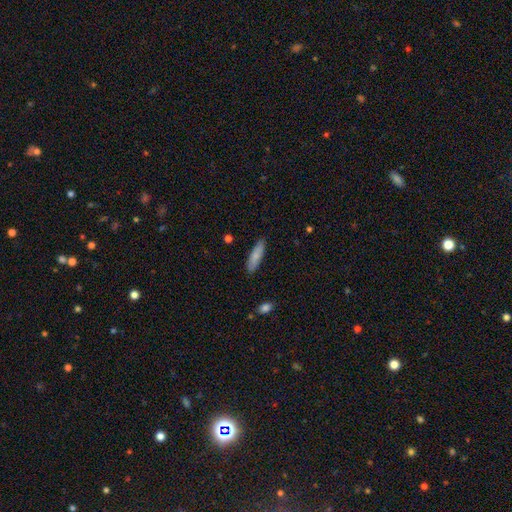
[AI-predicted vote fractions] Smooth or featured? Predicted: smooth (p=0.80). How rounded? Predicted: cigar-shaped (p=0.69). Merging? Predicted: none (p=0.87).